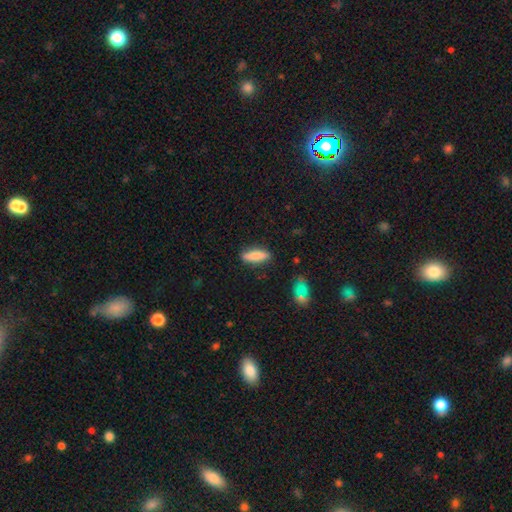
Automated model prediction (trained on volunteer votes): smooth-or-featured: smooth: 80% | featured or disk: 14% | star or artifact: 6%
  how-rounded: cigar-shaped: 60% | in between: 38% | round: 2%
  merging: none: 85% | minor disturbance: 11% | major disturbance: 3% | merger: 2%